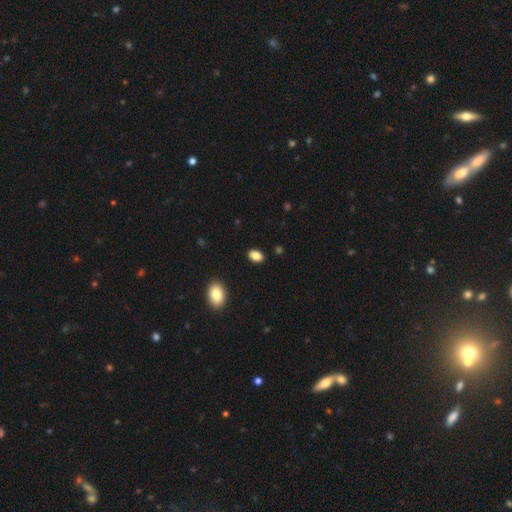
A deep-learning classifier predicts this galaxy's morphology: Overall: smooth (86%). How rounded: in between (87%). Merging: none (89%).